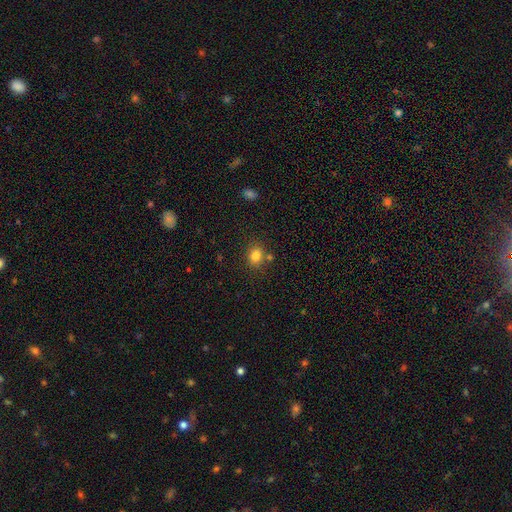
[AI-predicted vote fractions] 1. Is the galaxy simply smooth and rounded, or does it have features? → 82% smooth, 12% star or artifact, 6% featured or disk.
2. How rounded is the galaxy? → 59% round, 40% in between, 1% cigar-shaped.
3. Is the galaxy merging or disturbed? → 74% none, 12% minor disturbance, 11% merger, 4% major disturbance.